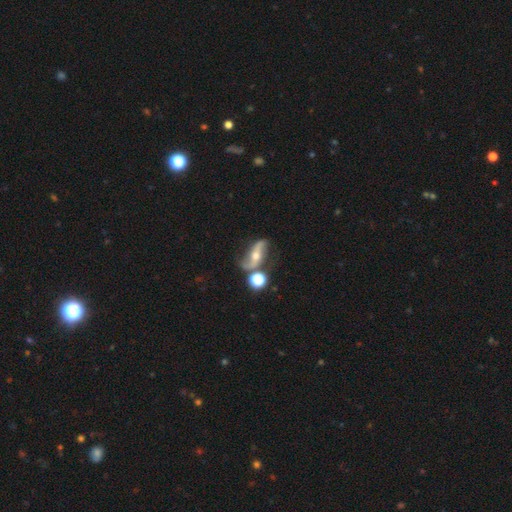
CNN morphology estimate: featured or disk 81%, smooth 11%, star or artifact 8%. Down the decision tree: edge-on disk — no (92%); bar — no (45%); spiral arms — yes (93%); spiral arm count — 2 (92%); spiral winding — loose (78%); bulge size — moderate (60%); merging — none (62%).